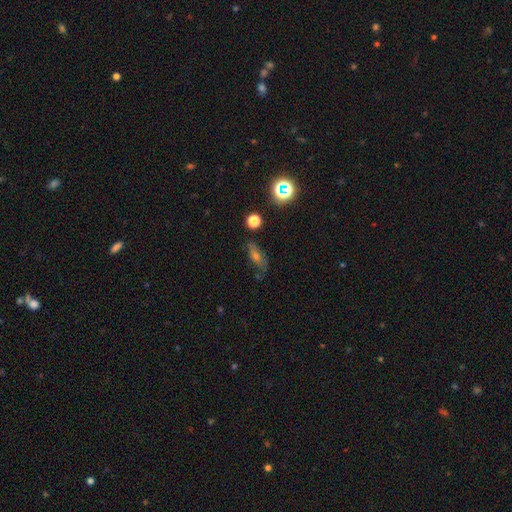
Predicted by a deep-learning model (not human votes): Q: Smooth or featured?
A: smooth (39%); runner-up: featured or disk (34%)
Q: Merging?
A: none (66%); runner-up: minor disturbance (22%)